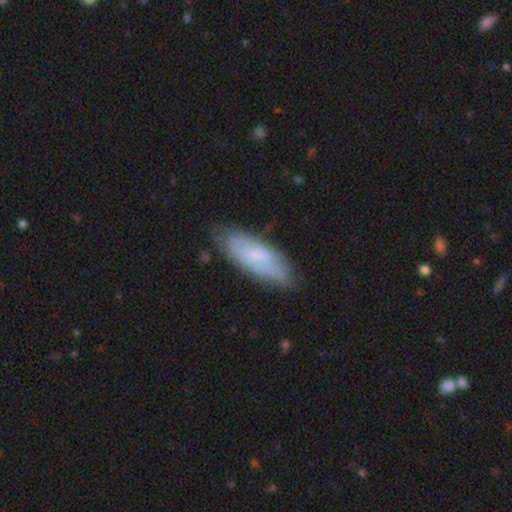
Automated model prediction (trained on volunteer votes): The model was most divided on "smooth or featured": smooth: 58%, featured or disk: 35%, star or artifact: 7%. More confident: merging — none (72%); how rounded — in between (65%).